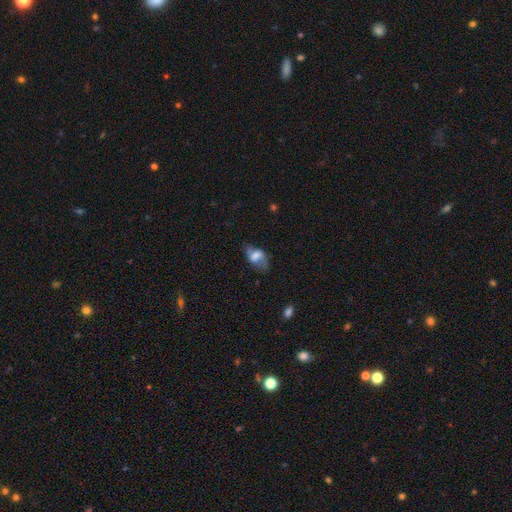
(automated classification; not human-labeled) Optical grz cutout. It shows a smooth galaxy with no disk features (49%). Merging: none (53%).